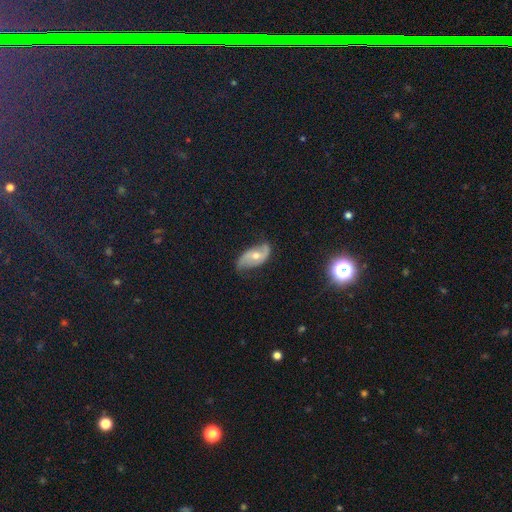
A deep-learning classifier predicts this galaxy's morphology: Smooth or featured?
  - featured or disk: 76% *
  - smooth: 17%
  - star or artifact: 6%
Edge-on disk?
  - no: 95% *
  - yes: 5%
Bar?
  - no: 55% *
  - weak: 35%
  - strong: 11%
Spiral arms?
  - yes: 91% *
  - no: 9%
Spiral winding?
  - loose: 57% *
  - medium: 32%
  - tight: 11%
Spiral arm count?
  - 2: 89% *
  - can't tell: 5%
  - 1: 3%
  - 3: 1%
  - 4: 1%
  - more than 4: 1%
Bulge size?
  - moderate: 67% *
  - small: 27%
  - large: 3%
  - none: 1%
  - dominant: 1%
Merging?
  - none: 65% *
  - minor disturbance: 25%
  - major disturbance: 8%
  - merger: 2%